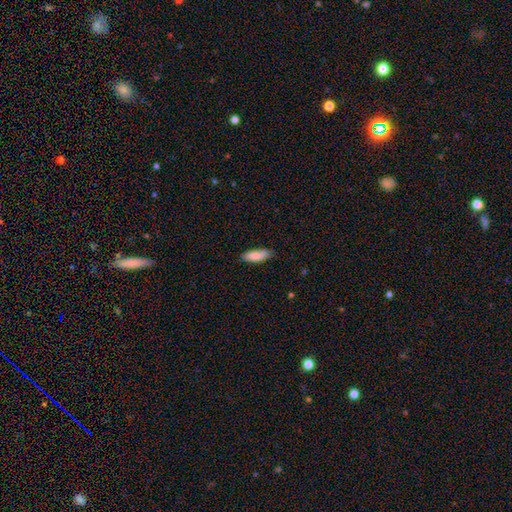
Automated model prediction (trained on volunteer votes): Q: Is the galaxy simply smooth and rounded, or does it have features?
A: smooth — 86%.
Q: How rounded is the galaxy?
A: in between — 59%.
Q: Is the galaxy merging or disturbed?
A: none — 79%.